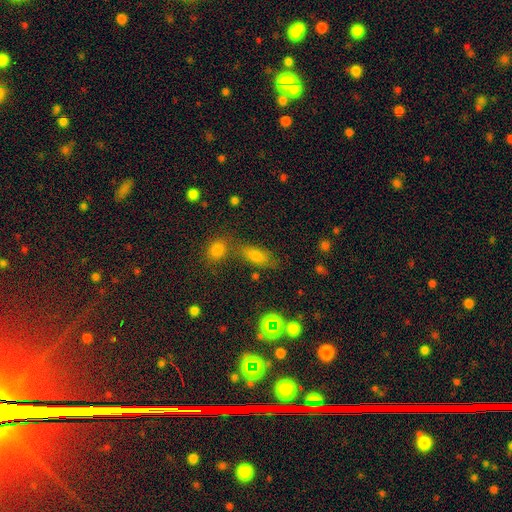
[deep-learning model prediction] Q: Smooth or featured?
A: smooth (71%); runner-up: star or artifact (17%)
Q: How rounded?
A: in between (72%); runner-up: cigar-shaped (19%)
Q: Merging?
A: none (61%); runner-up: merger (19%)